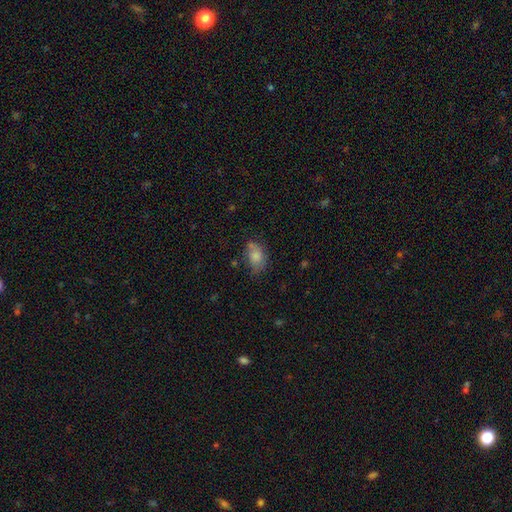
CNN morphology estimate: Smooth or featured? smooth (78%)
How rounded? in between (81%)
Merging? none (52%)